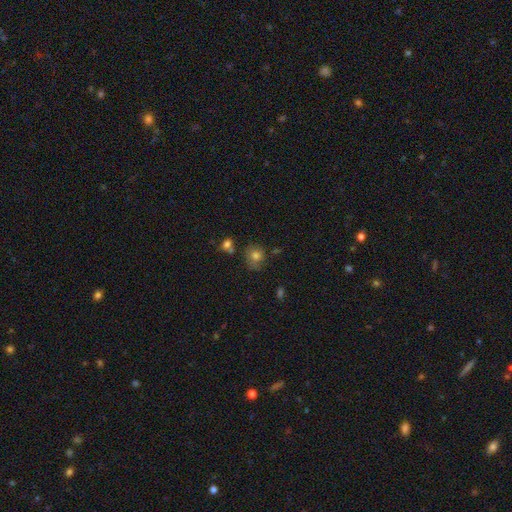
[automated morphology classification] This is likely a smooth galaxy (74%). How rounded: likely round (74%). Merging: likely none (63%).